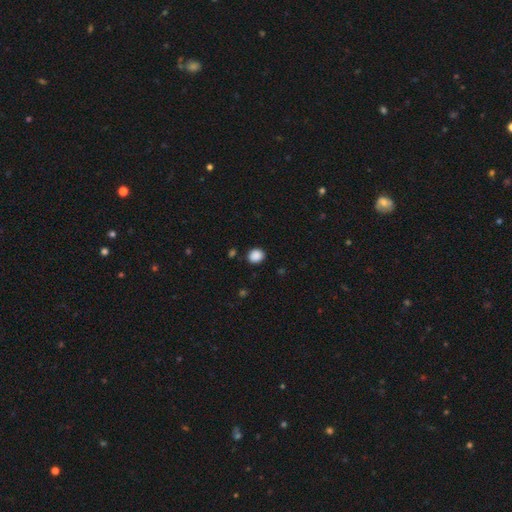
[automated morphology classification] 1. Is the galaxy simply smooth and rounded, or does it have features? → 88% smooth, 9% star or artifact, 3% featured or disk.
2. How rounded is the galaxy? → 77% round, 23% in between, 1% cigar-shaped.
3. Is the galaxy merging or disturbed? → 88% none, 8% minor disturbance, 2% major disturbance, 2% merger.